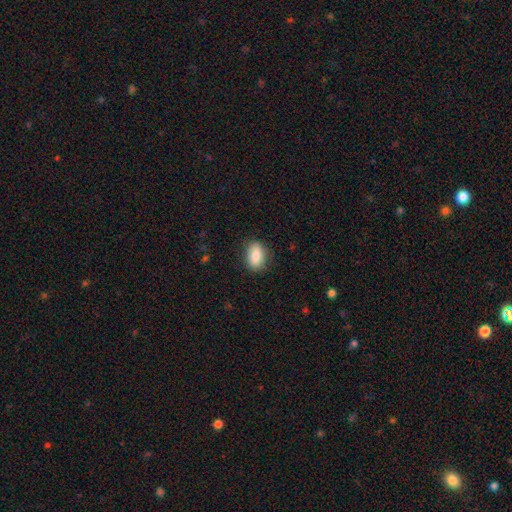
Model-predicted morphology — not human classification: Smooth or featured: smooth — 84% (featured or disk — 9%)
How rounded: in between — 87% (round — 11%)
Merging: none — 85% (minor disturbance — 12%)